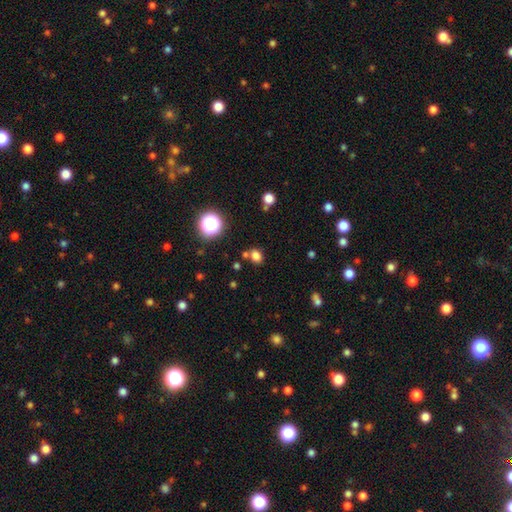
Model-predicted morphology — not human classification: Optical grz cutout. It shows a smooth galaxy with no disk features (76%) that is round (52%). Merging: none (72%).